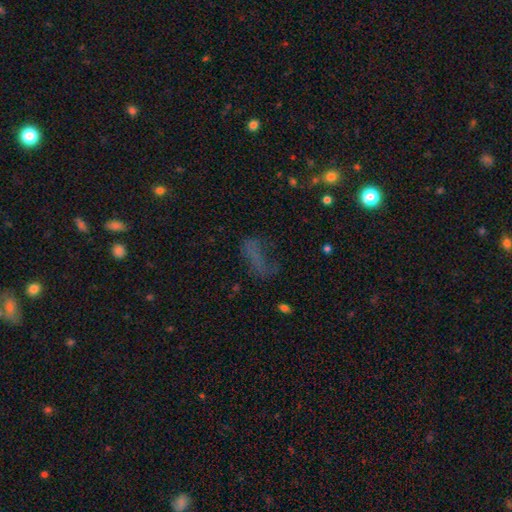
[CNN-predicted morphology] Smooth or featured?
  - smooth: 47% *
  - star or artifact: 29%
  - featured or disk: 24%
Merging?
  - none: 43% *
  - major disturbance: 31%
  - minor disturbance: 21%
  - merger: 5%